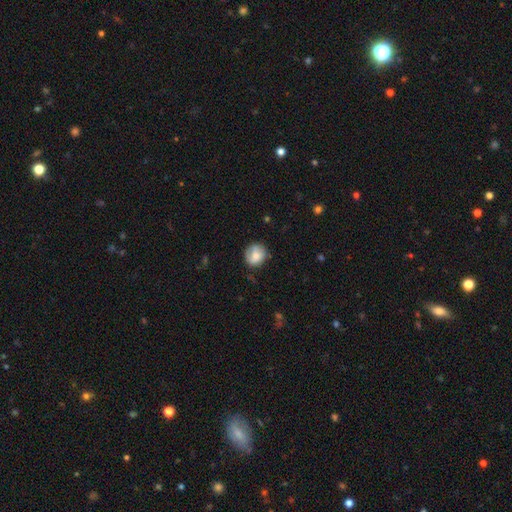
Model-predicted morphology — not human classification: This is likely a smooth galaxy (71%). How rounded: likely round (79%). Merging: likely none (66%).